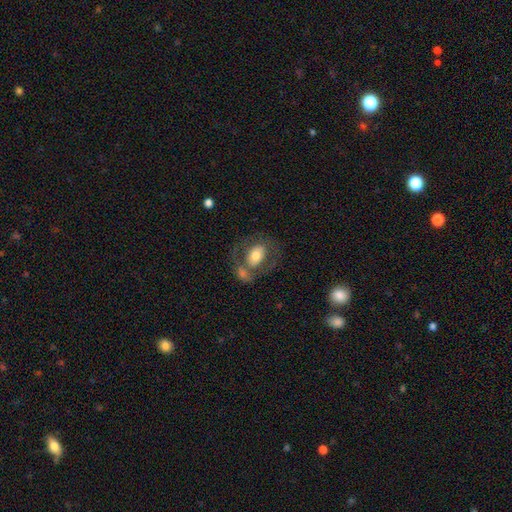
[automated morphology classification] Smooth or featured: smooth — 54% (featured or disk — 39%)
How rounded: in between — 72% (round — 26%)
Merging: none — 47% (merger — 26%)